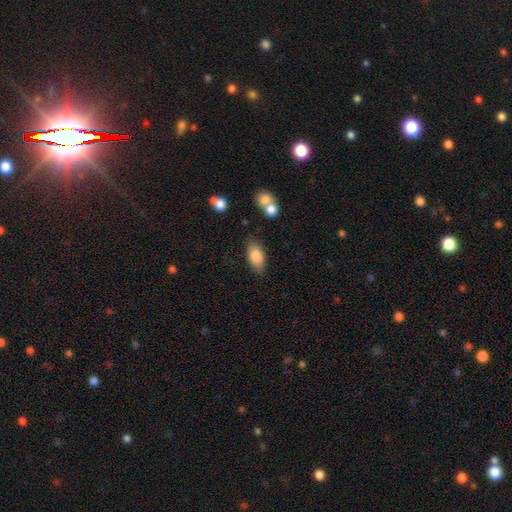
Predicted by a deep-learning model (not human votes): Smooth or featured?
  - smooth: 83% *
  - featured or disk: 10%
  - star or artifact: 7%
How rounded?
  - in between: 90% *
  - cigar-shaped: 6%
  - round: 4%
Merging?
  - none: 78% *
  - minor disturbance: 14%
  - major disturbance: 4%
  - merger: 4%